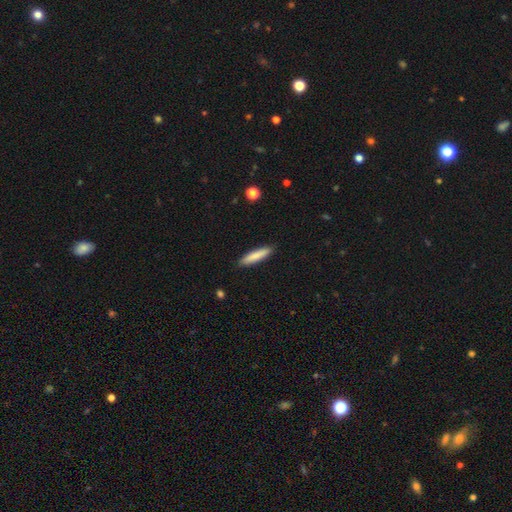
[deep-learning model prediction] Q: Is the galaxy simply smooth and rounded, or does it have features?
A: smooth — 83%.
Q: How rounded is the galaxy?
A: cigar-shaped — 85%.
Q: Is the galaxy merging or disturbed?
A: none — 90%.